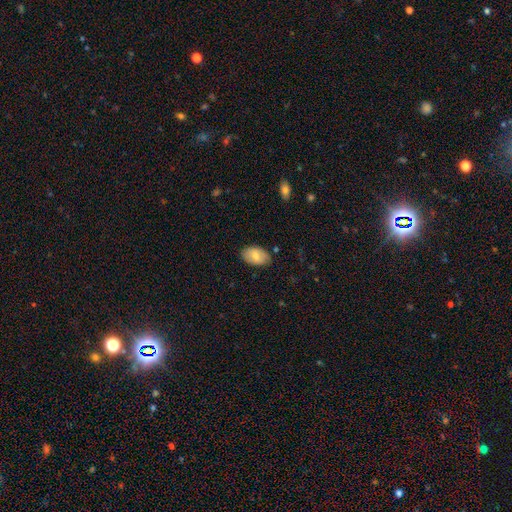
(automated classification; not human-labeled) Smooth or featured?
  - smooth: 73% *
  - featured or disk: 21%
  - star or artifact: 6%
How rounded?
  - in between: 92% *
  - round: 7%
  - cigar-shaped: 1%
Merging?
  - none: 83% *
  - minor disturbance: 13%
  - major disturbance: 2%
  - merger: 1%